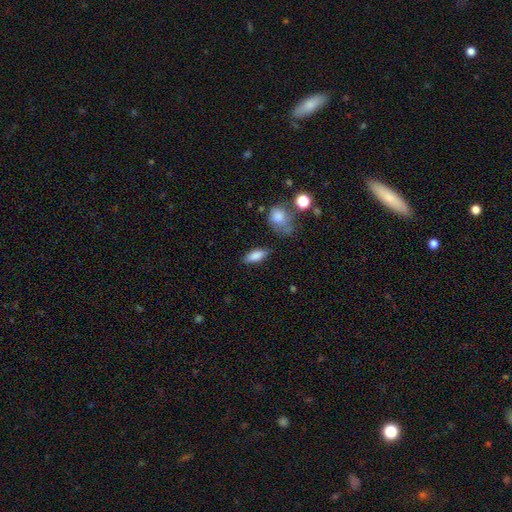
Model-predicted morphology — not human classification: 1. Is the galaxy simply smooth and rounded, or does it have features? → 84% smooth, 9% featured or disk, 7% star or artifact.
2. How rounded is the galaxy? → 78% in between, 19% cigar-shaped, 3% round.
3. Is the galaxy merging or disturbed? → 77% none, 15% minor disturbance, 4% major disturbance, 3% merger.